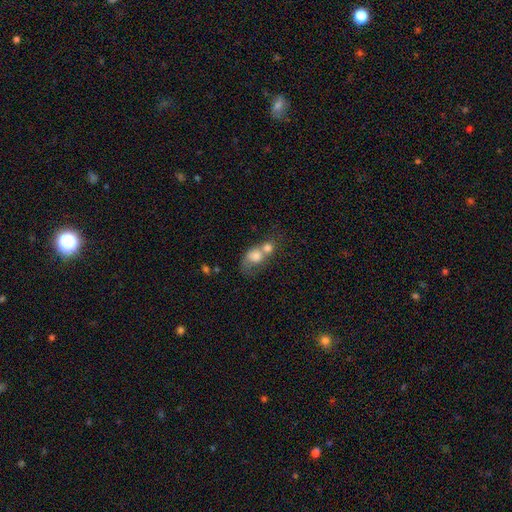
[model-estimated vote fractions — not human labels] The model was most divided on "how rounded": in between: 55%, round: 43%, cigar-shaped: 2%. More confident: merging — merger (71%); smooth or featured — smooth (69%).